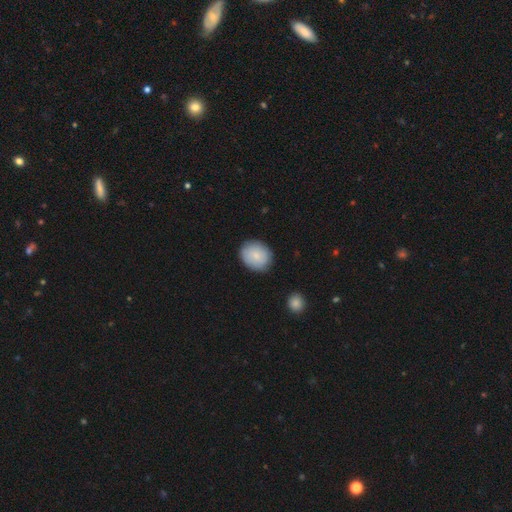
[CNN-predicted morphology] Smooth or featured? Predicted: smooth (p=0.83). How rounded? Predicted: round (p=0.63). Merging? Predicted: none (p=0.83).